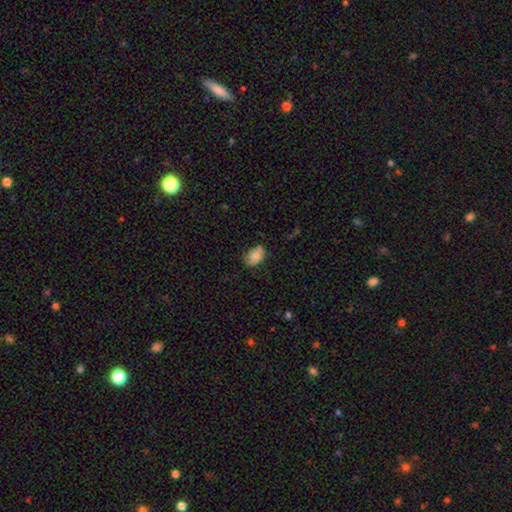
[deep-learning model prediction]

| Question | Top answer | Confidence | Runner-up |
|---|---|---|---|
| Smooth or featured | smooth | 79% | featured or disk (12%) |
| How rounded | in between | 83% | round (15%) |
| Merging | none | 62% | minor disturbance (29%) |